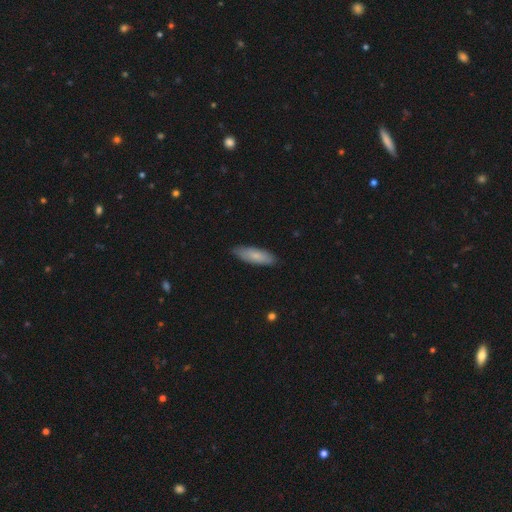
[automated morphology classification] smooth_or_featured: smooth (p=0.76) [alt: featured or disk p=0.19]
how_rounded: in between (p=0.52) [alt: cigar-shaped p=0.47]
merging: none (p=0.84) [alt: minor disturbance p=0.13]